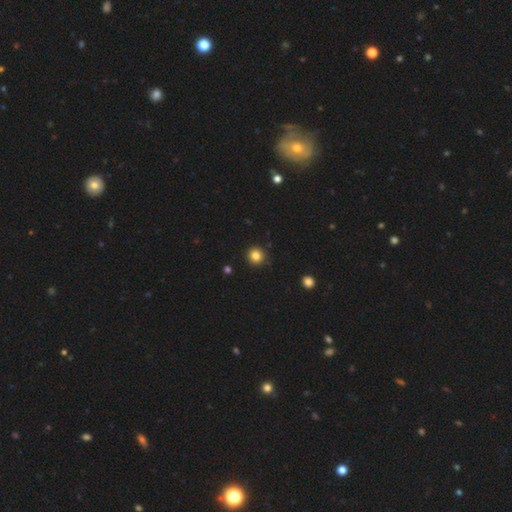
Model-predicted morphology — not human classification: The model was most divided on "smooth or featured": smooth: 84%, star or artifact: 11%, featured or disk: 5%. More confident: how rounded — round (94%); merging — none (91%).